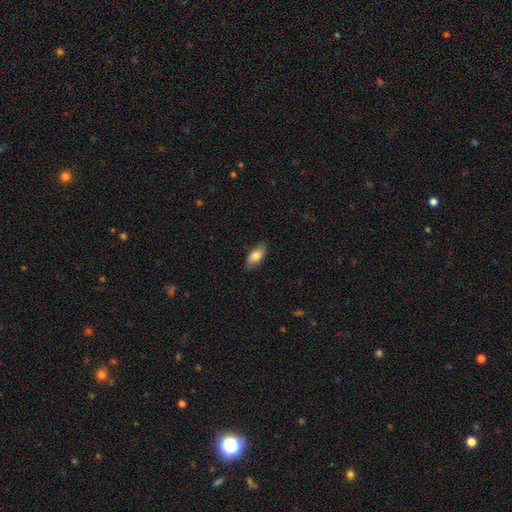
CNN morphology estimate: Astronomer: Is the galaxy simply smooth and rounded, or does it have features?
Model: smooth — 80%.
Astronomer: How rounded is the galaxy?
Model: in between — 90%.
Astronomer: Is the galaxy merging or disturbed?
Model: none — 80%.